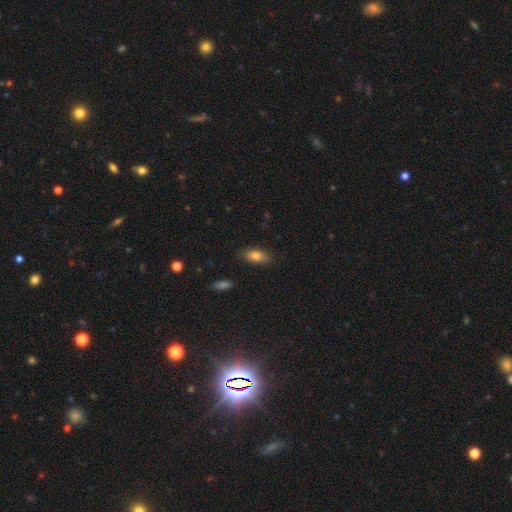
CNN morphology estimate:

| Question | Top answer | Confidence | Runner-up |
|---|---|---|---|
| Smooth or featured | smooth | 81% | featured or disk (11%) |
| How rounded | in between | 88% | cigar-shaped (8%) |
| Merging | none | 82% | minor disturbance (13%) |